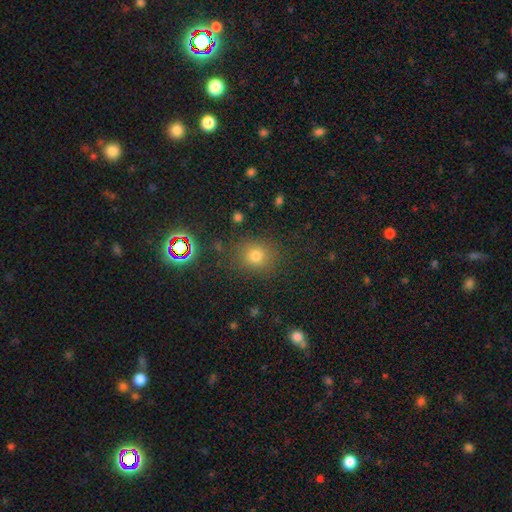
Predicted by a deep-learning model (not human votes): smooth_or_featured: smooth (p=0.71) [alt: star or artifact p=0.21]
how_rounded: round (p=0.83) [alt: in between p=0.16]
merging: none (p=0.84) [alt: minor disturbance p=0.10]